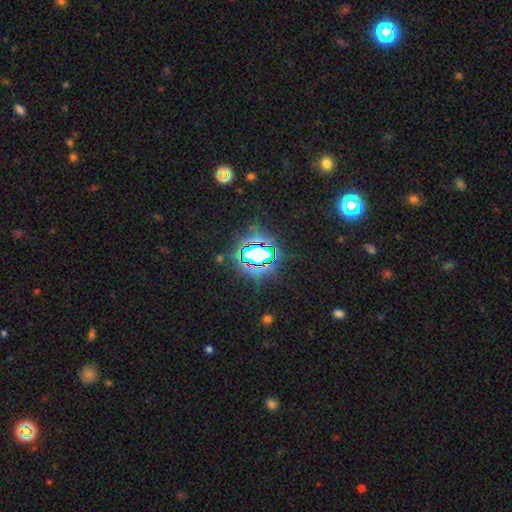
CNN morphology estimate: A star or artifact, not a galaxy (75%).

Vote fractions:
- Smooth or featured? star or artifact: 75% / smooth: 15% / featured or disk: 10%